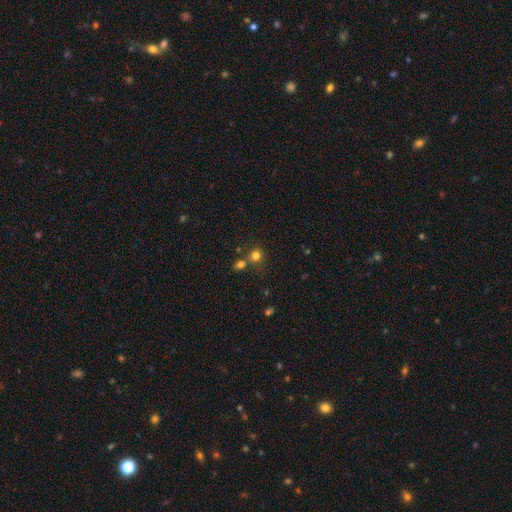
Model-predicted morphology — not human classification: A smooth galaxy with no disk features (76%) that is round (83%).

Vote fractions:
- Smooth or featured? smooth: 76% / star or artifact: 17% / featured or disk: 7%
- How rounded? round: 83% / in between: 16% / cigar-shaped: 1%
- Merging? none: 59% / merger: 28% / minor disturbance: 9% / major disturbance: 4%